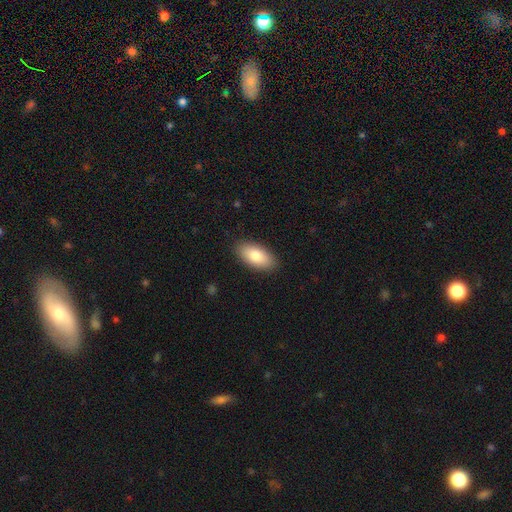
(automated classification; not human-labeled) Morphology: type=smooth (82%); roundness=in between (92%); merging=none (89%).